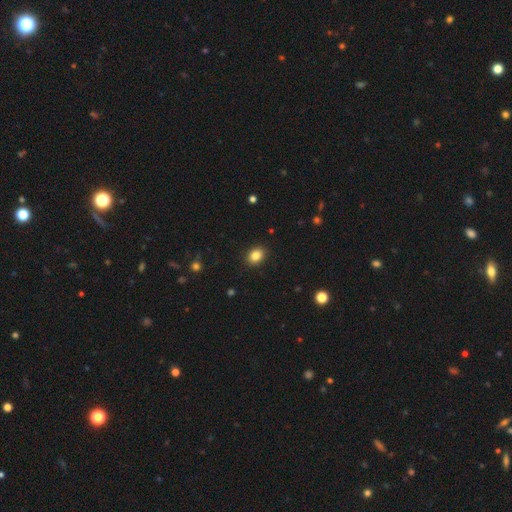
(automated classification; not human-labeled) smooth-or-featured: smooth: 84% | star or artifact: 10% | featured or disk: 5%
  how-rounded: in between: 52% | round: 47% | cigar-shaped: 1%
  merging: none: 90% | minor disturbance: 7% | major disturbance: 2% | merger: 1%